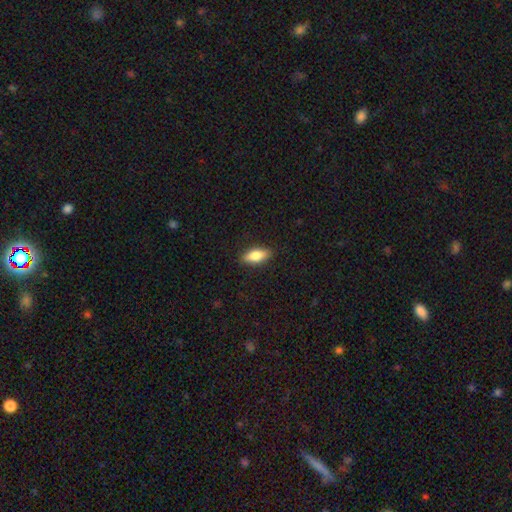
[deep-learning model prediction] smooth 79%, featured or disk 15%, star or artifact 6%. Down the decision tree: how rounded — in between (79%); merging — none (88%).